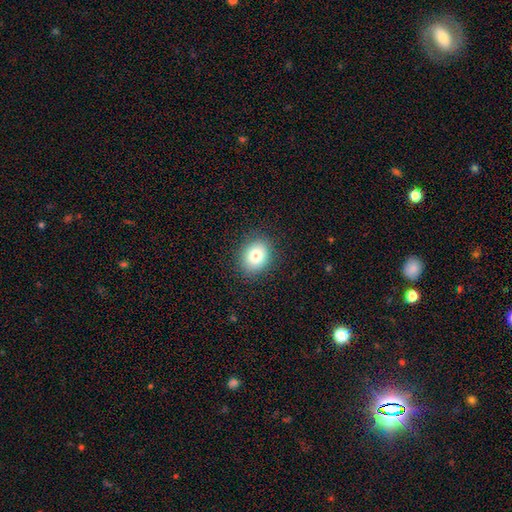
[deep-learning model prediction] smooth 81%, star or artifact 10%, featured or disk 9%. Down the decision tree: how rounded — round (53%); merging — none (88%).